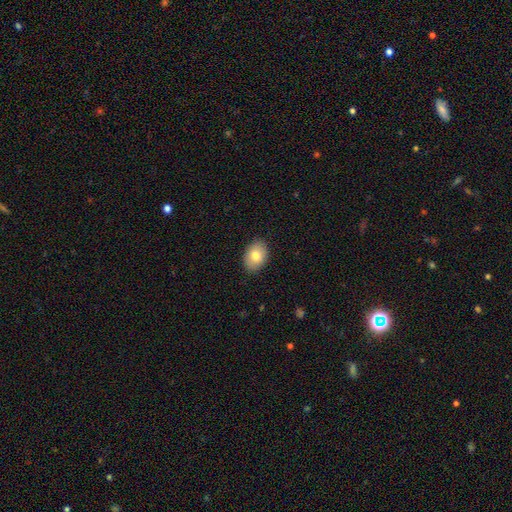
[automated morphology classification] smooth 79%, featured or disk 14%, star or artifact 7%. Down the decision tree: how rounded — in between (81%); merging — none (88%).